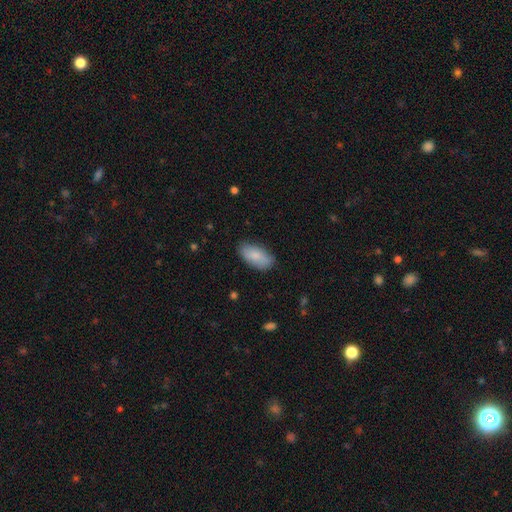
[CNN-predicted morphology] smooth 84%, featured or disk 10%, star or artifact 6%. Down the decision tree: how rounded — in between (92%); merging — none (80%).